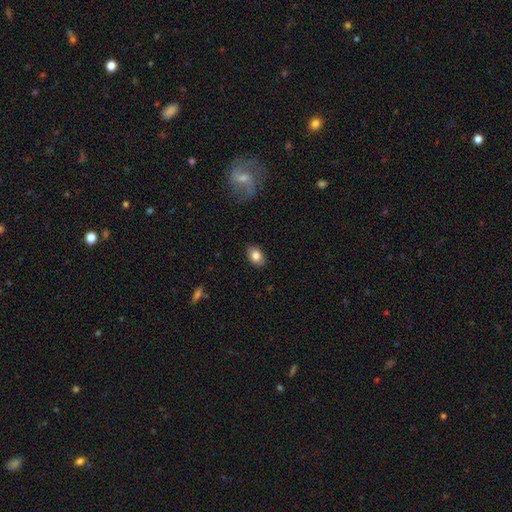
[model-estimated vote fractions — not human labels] The model was most divided on "how rounded": in between: 81%, round: 18%, cigar-shaped: 1%. More confident: merging — none (87%); smooth or featured — smooth (82%).